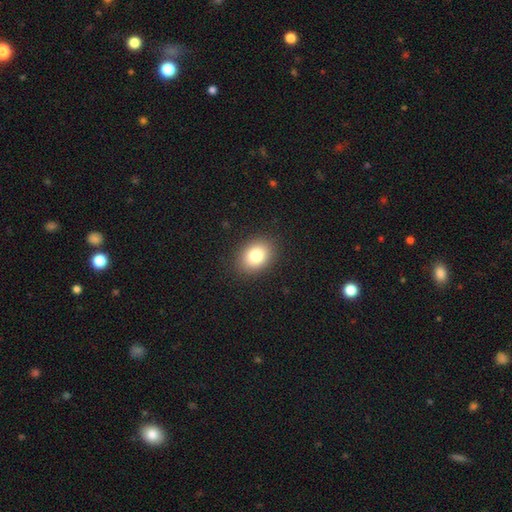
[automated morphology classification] smooth_or_featured: smooth (p=0.81) [alt: star or artifact p=0.10]
how_rounded: in between (p=0.64) [alt: round p=0.35]
merging: none (p=0.89) [alt: minor disturbance p=0.08]